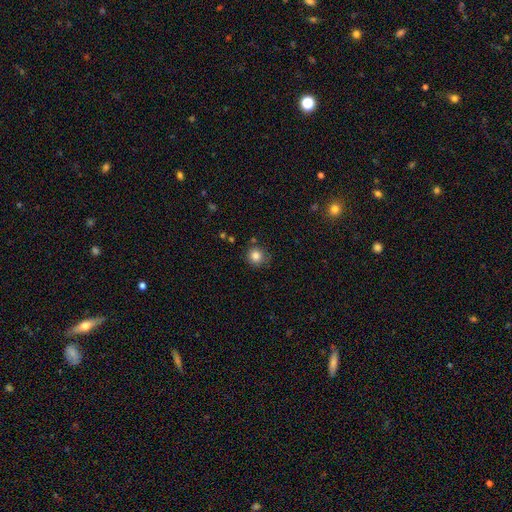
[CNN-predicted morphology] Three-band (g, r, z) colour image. It shows a smooth galaxy with no disk features (83%) that is round (92%). Merging: none (80%).